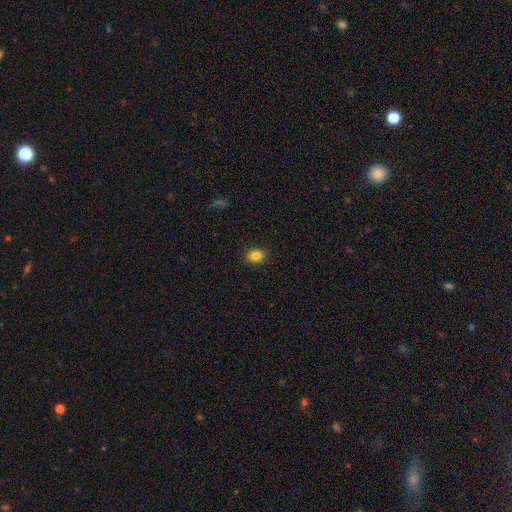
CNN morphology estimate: A smooth galaxy with no disk features (85%) that is in between round and cigar-shaped (54%). Merging: none (89%).